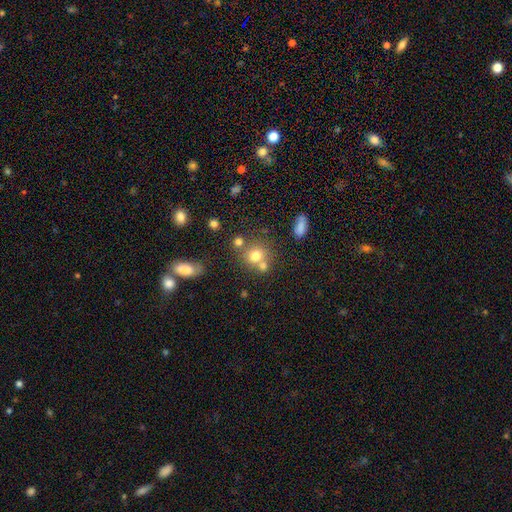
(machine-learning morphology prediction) type=smooth (73%); roundness=round (81%); merging=none (53%).